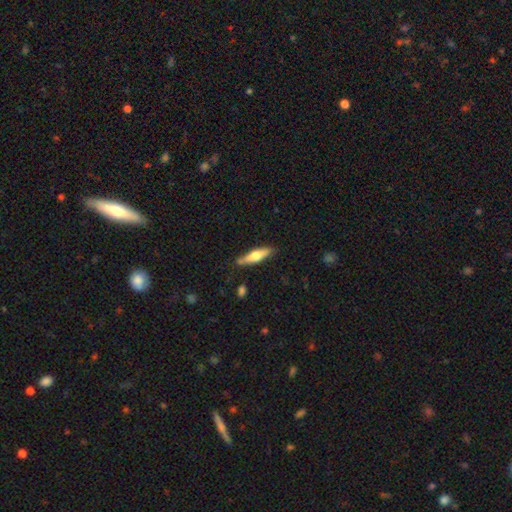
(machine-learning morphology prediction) smooth-or-featured: smooth: 55% | featured or disk: 40% | star or artifact: 5%
  how-rounded: cigar-shaped: 73% | in between: 25% | round: 2%
  merging: none: 83% | minor disturbance: 13% | major disturbance: 2% | merger: 2%